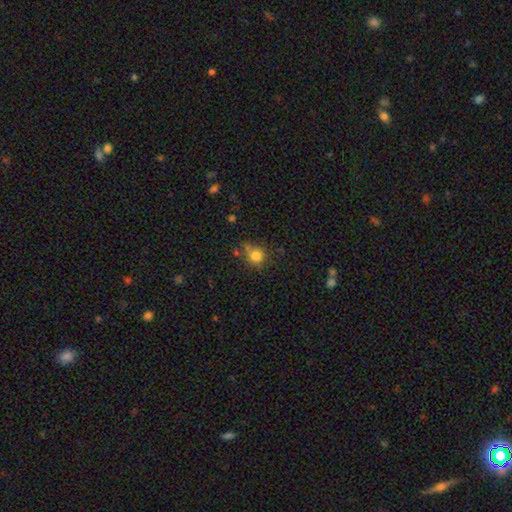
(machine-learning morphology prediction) smooth 80%, star or artifact 13%, featured or disk 7%. Down the decision tree: how rounded — round (88%); merging — none (66%).